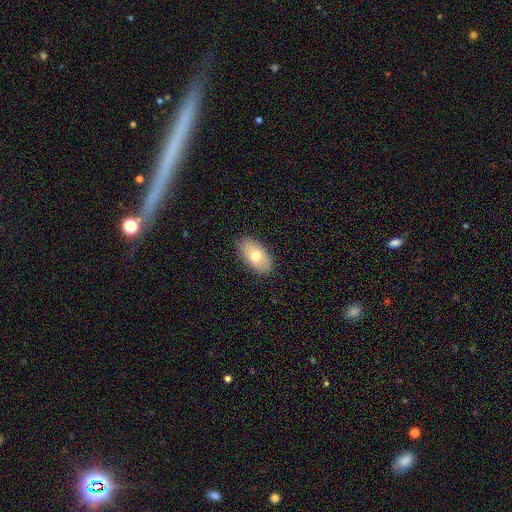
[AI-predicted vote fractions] Smooth or featured?
  - smooth: 70% *
  - featured or disk: 23%
  - star or artifact: 7%
How rounded?
  - in between: 93% *
  - round: 5%
  - cigar-shaped: 2%
Merging?
  - none: 86% *
  - minor disturbance: 10%
  - major disturbance: 2%
  - merger: 1%